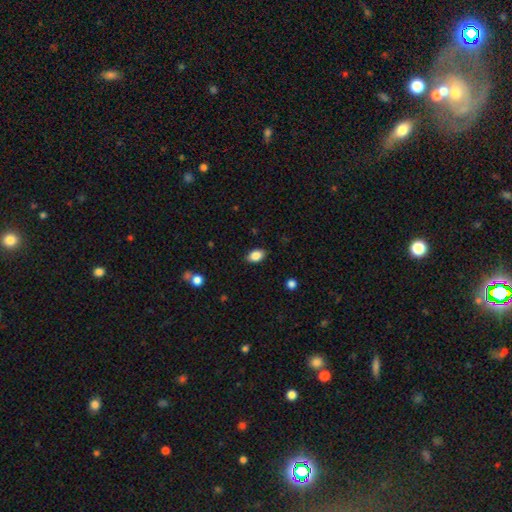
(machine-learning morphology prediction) smooth_or_featured: smooth (p=0.87) [alt: star or artifact p=0.08]
how_rounded: in between (p=0.87) [alt: round p=0.12]
merging: none (p=0.87) [alt: minor disturbance p=0.10]